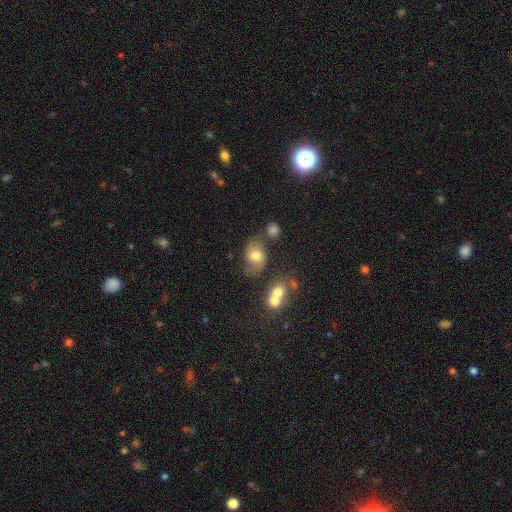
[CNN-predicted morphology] Q: Smooth or featured?
A: smooth (52%); runner-up: featured or disk (37%)
Q: How rounded?
A: in between (67%); runner-up: round (31%)
Q: Merging?
A: none (54%); runner-up: minor disturbance (22%)